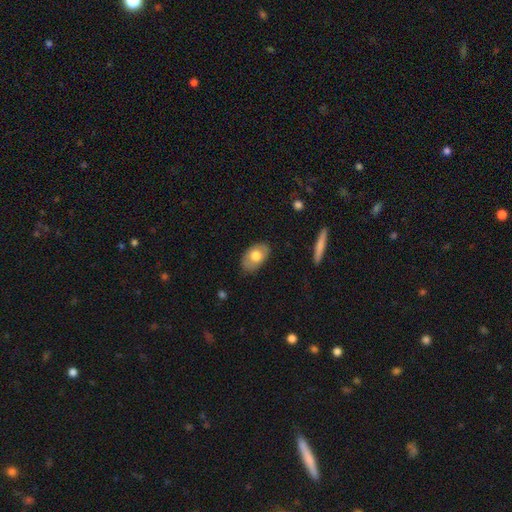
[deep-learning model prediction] Smooth or featured? smooth (70%)
How rounded? in between (91%)
Merging? none (83%)